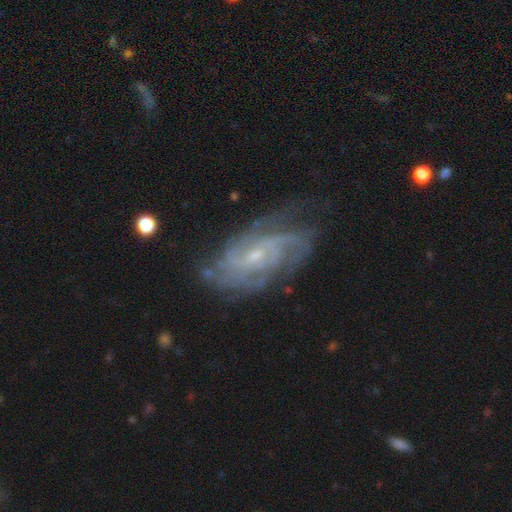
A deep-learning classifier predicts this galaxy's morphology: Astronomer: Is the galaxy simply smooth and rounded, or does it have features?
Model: featured or disk — 87%.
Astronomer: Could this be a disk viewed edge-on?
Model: no — 95%.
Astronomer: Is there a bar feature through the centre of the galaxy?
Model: no — 54% (runner-up: weak, 38%).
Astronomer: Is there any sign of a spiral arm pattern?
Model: yes — 96%.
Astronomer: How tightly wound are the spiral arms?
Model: tight — 54% (runner-up: medium, 37%).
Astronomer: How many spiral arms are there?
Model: can't tell — 31% (runner-up: 2, 24%).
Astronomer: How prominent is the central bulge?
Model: small — 70%.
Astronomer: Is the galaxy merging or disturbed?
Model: none — 68%.